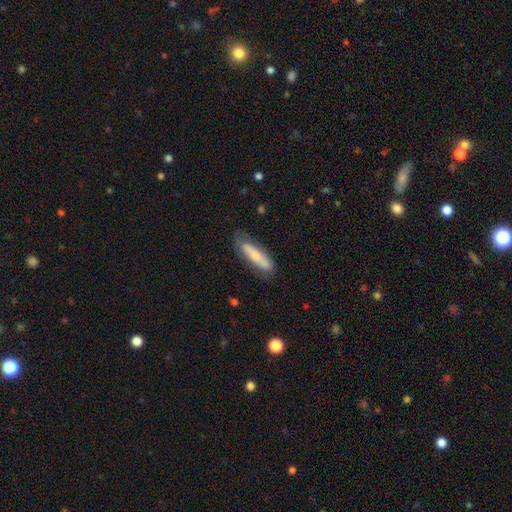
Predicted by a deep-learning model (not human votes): A smooth galaxy with no disk features (65%) that is cigar-shaped (75%).

Vote fractions:
- Smooth or featured? smooth: 65% / featured or disk: 29% / star or artifact: 6%
- How rounded? cigar-shaped: 75% / in between: 24% / round: 2%
- Merging? none: 72% / minor disturbance: 20% / major disturbance: 6% / merger: 2%